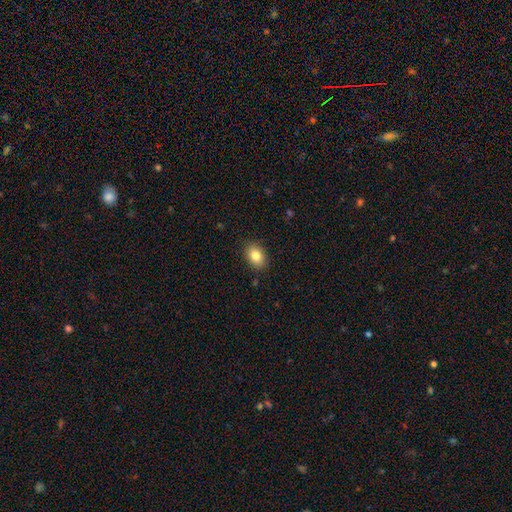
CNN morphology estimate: smooth-or-featured: smooth: 83% | featured or disk: 8% | star or artifact: 8%
  how-rounded: in between: 80% | round: 18% | cigar-shaped: 1%
  merging: none: 88% | minor disturbance: 9% | major disturbance: 2% | merger: 1%